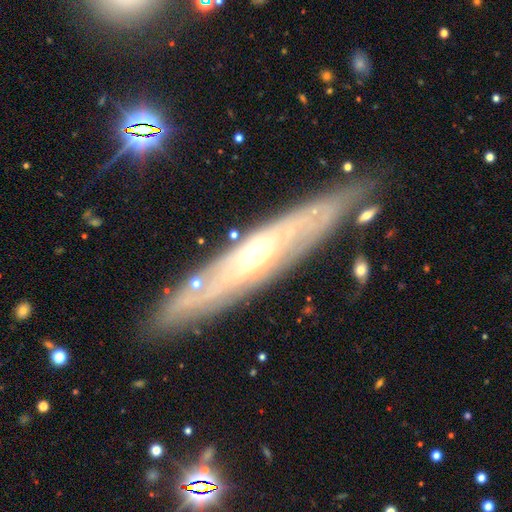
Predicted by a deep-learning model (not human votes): A featured or disk galaxy (79%) viewed edge-on (55%). Merging: none (85%).